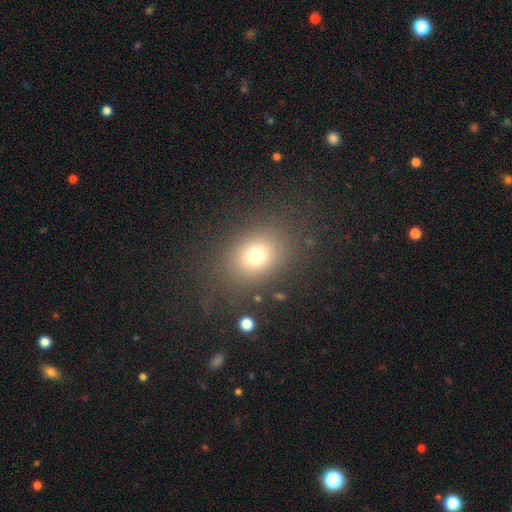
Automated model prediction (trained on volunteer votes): Smooth or featured?
  - smooth: 73% *
  - star or artifact: 16%
  - featured or disk: 11%
How rounded?
  - in between: 52% *
  - round: 47%
  - cigar-shaped: 1%
Merging?
  - none: 80% *
  - minor disturbance: 11%
  - major disturbance: 7%
  - merger: 2%